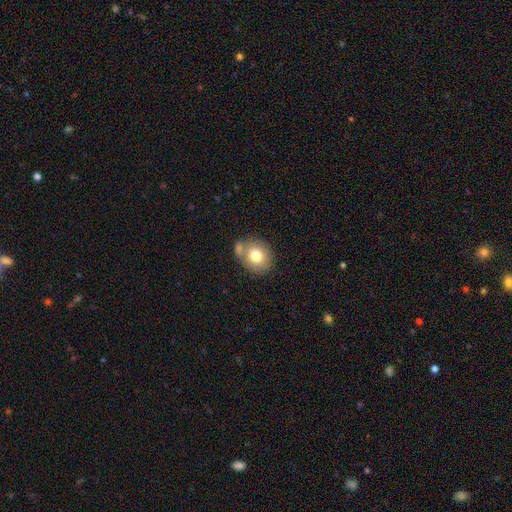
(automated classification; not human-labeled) smooth-or-featured: smooth: 77% | featured or disk: 15% | star or artifact: 9%
  how-rounded: round: 63% | in between: 36% | cigar-shaped: 1%
  merging: none: 57% | merger: 25% | minor disturbance: 14% | major disturbance: 4%